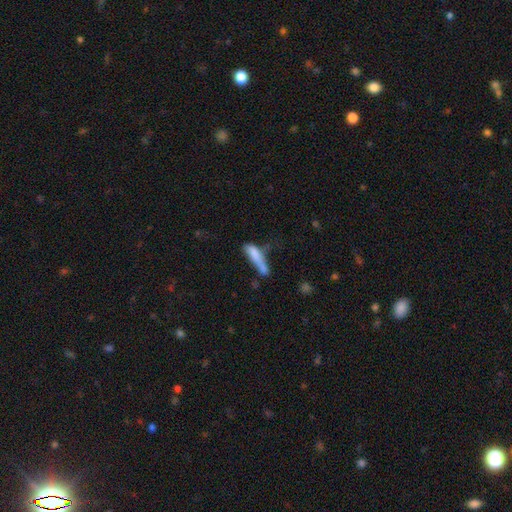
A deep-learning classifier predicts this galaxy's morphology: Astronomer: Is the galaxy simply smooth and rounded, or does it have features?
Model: smooth — 70%.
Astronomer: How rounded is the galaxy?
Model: cigar-shaped — 67%.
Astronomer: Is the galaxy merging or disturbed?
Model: merger — 31% (runner-up: none, 24%).